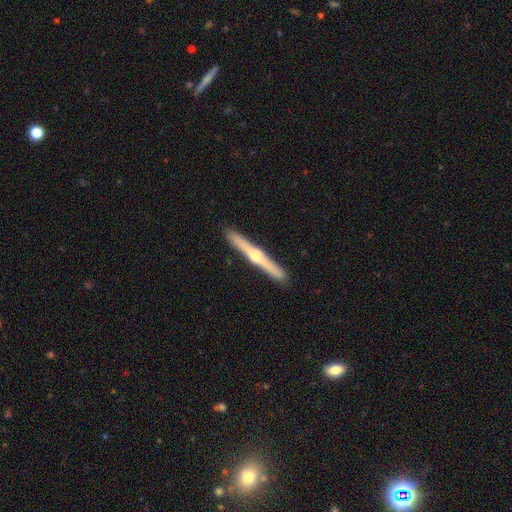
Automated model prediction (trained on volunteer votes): Smooth or featured?
  - featured or disk: 72% *
  - smooth: 23%
  - star or artifact: 5%
Edge-on disk?
  - yes: 98% *
  - no: 2%
Edge-on bulge?
  - rounded: 91% *
  - none: 6%
  - boxy: 3%
Merging?
  - none: 92% *
  - minor disturbance: 6%
  - major disturbance: 1%
  - merger: 1%